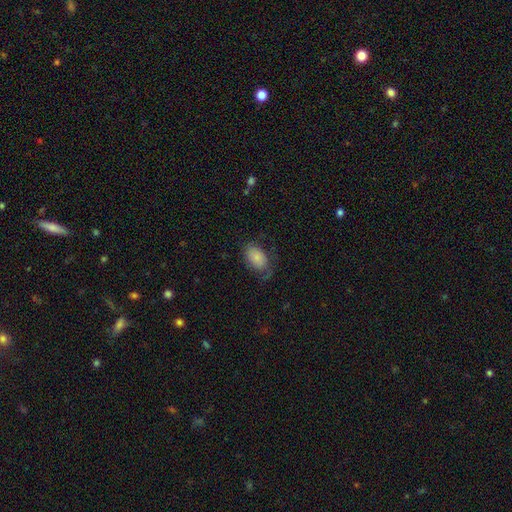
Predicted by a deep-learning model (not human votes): Overall: smooth (73%). How rounded: in between (90%). Merging: none (57%; minor disturbance 25%).